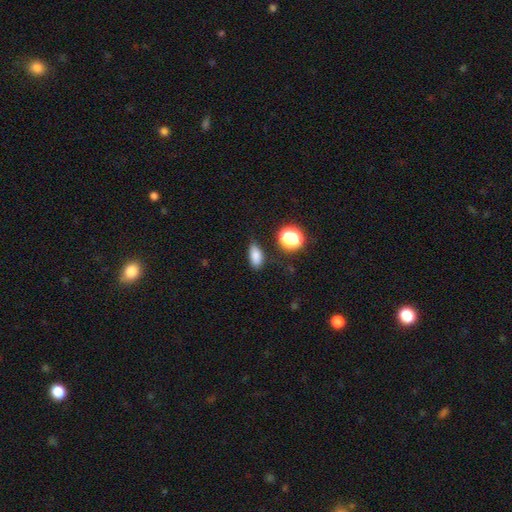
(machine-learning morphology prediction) Q: Smooth or featured?
A: smooth (82%); runner-up: star or artifact (12%)
Q: How rounded?
A: in between (83%); runner-up: round (10%)
Q: Merging?
A: none (74%); runner-up: minor disturbance (19%)